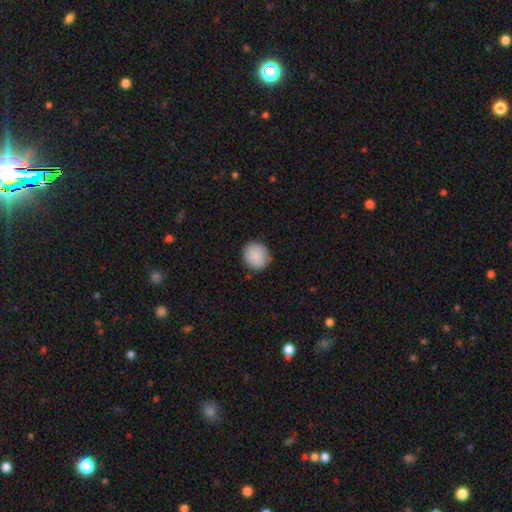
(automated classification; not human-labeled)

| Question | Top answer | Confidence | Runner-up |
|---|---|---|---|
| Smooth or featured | smooth | 88% | star or artifact (7%) |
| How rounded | round | 78% | in between (21%) |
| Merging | none | 80% | minor disturbance (16%) |